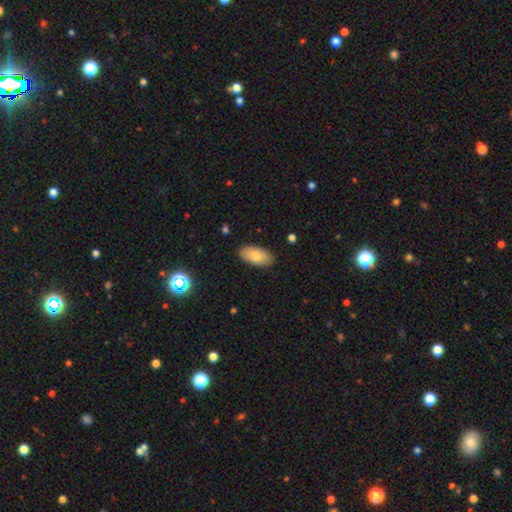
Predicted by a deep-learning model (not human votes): Smooth or featured: smooth — 80% (featured or disk — 13%)
How rounded: in between — 93% (cigar-shaped — 4%)
Merging: none — 87% (minor disturbance — 9%)